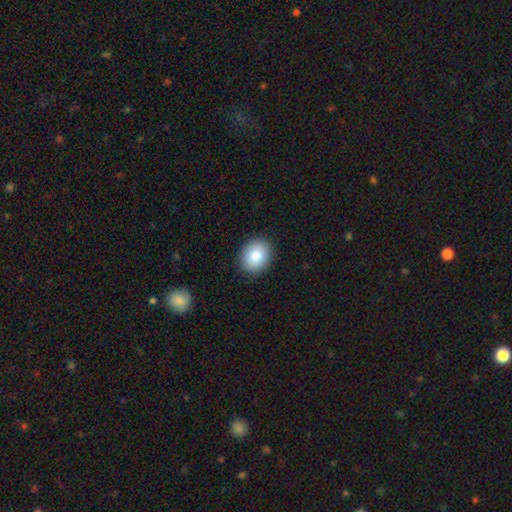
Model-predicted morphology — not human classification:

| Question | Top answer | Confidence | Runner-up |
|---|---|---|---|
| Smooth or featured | smooth | 85% | featured or disk (8%) |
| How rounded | round | 50% | in between (49%) |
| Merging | none | 90% | minor disturbance (7%) |